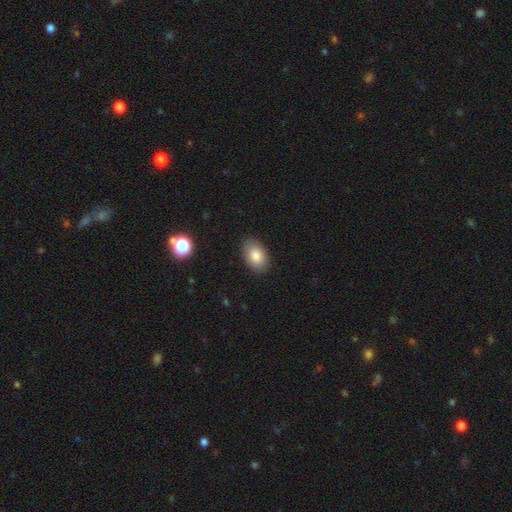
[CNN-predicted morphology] A smooth galaxy with no disk features (83%) that is in between round and cigar-shaped (88%).

Vote fractions:
- Smooth or featured? smooth: 83% / featured or disk: 9% / star or artifact: 8%
- How rounded? in between: 88% / round: 11% / cigar-shaped: 1%
- Merging? none: 87% / minor disturbance: 10% / major disturbance: 2% / merger: 1%